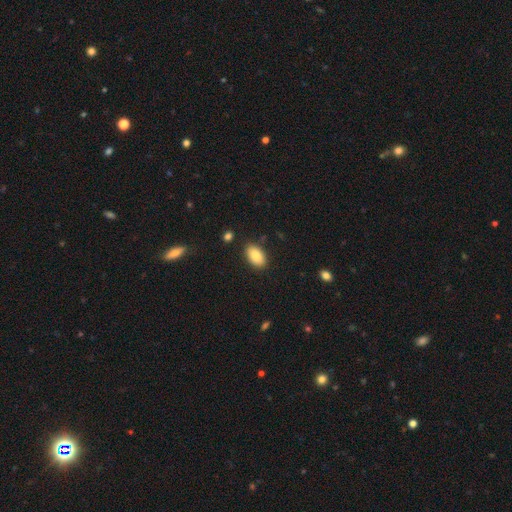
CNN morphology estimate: This is clearly a smooth galaxy (86%). How rounded: clearly in between (93%). Merging: clearly none (86%).